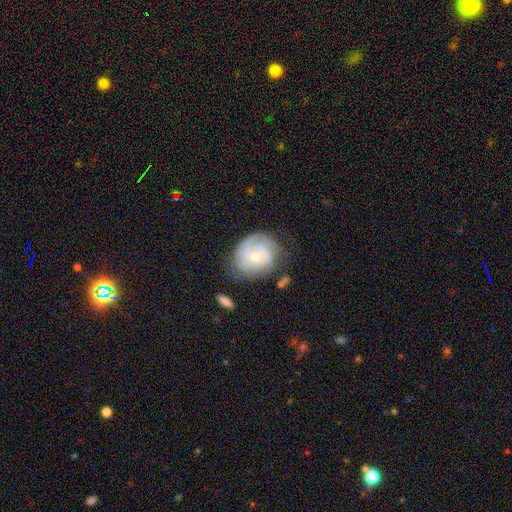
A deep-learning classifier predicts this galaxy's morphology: Overall: featured or disk (80%). Edge-on disk: no (98%). Bar: no (62%; weak 33%). Spiral arms: yes (95%). Spiral arm count: 3 (29%; can't tell 27%). Spiral winding: tight (60%; medium 32%). Bulge size: small (60%; moderate 36%). Merging: none (68%).